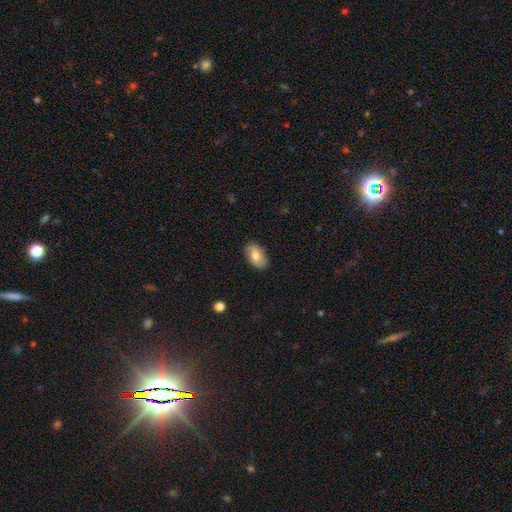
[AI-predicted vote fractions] A smooth galaxy with no disk features (73%) that is in between round and cigar-shaped (92%).

Vote fractions:
- Smooth or featured? smooth: 73% / featured or disk: 19% / star or artifact: 7%
- How rounded? in between: 92% / round: 7% / cigar-shaped: 2%
- Merging? none: 83% / minor disturbance: 13% / major disturbance: 2% / merger: 1%